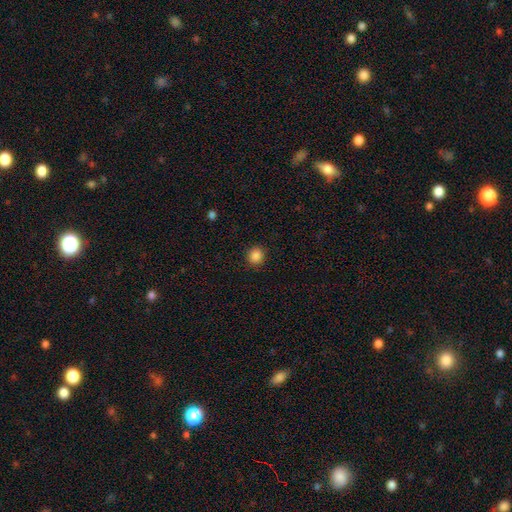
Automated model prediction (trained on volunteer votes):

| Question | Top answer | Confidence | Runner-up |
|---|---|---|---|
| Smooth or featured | smooth | 86% | star or artifact (11%) |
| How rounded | round | 88% | in between (11%) |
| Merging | none | 91% | minor disturbance (6%) |